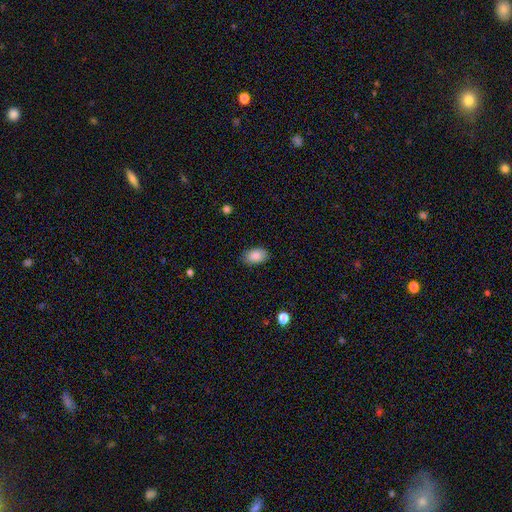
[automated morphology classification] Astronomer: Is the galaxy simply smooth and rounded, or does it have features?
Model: smooth — 87%.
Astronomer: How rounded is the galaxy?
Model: in between — 89%.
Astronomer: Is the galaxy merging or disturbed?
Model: none — 86%.